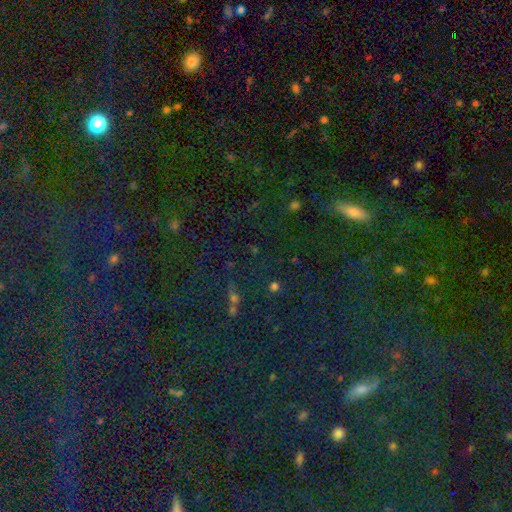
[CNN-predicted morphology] star or artifact 67%, smooth 21%, featured or disk 12%.